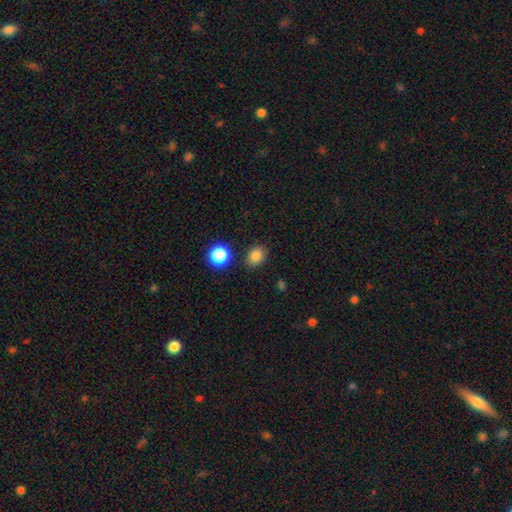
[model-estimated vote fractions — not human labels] Smooth or featured? Predicted: smooth (p=0.84). How rounded? Predicted: in between (p=0.52). Merging? Predicted: none (p=0.82).